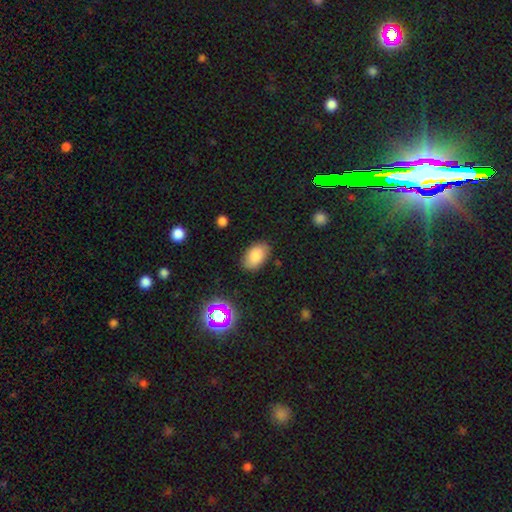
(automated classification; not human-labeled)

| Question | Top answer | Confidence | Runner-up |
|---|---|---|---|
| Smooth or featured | smooth | 84% | star or artifact (9%) |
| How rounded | in between | 92% | round (7%) |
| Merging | none | 82% | minor disturbance (13%) |